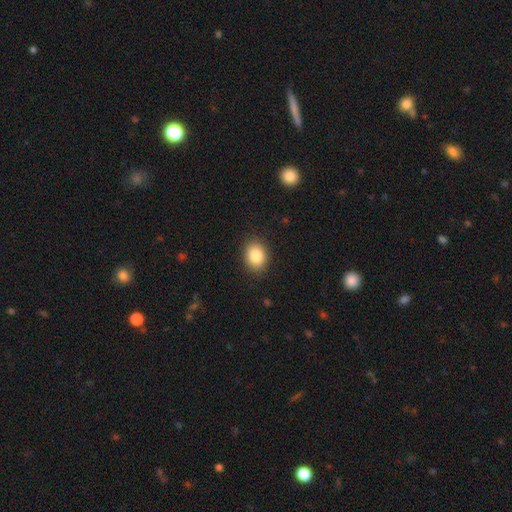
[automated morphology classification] smooth_or_featured: smooth (p=0.85) [alt: star or artifact p=0.09]
how_rounded: in between (p=0.59) [alt: round p=0.40]
merging: none (p=0.88) [alt: minor disturbance p=0.08]